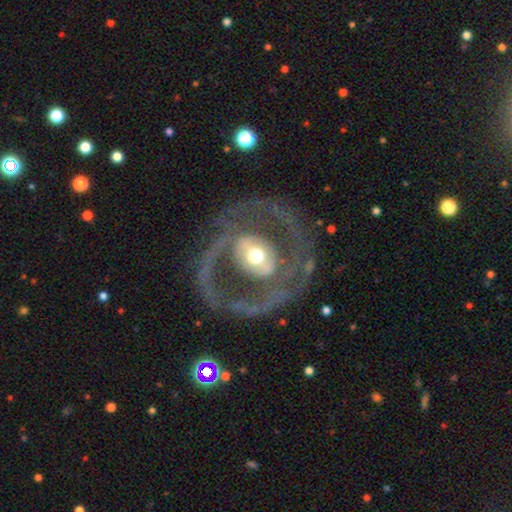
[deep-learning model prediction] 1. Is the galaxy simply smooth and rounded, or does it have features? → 82% featured or disk, 12% smooth, 6% star or artifact.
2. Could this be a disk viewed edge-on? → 95% no, 5% yes.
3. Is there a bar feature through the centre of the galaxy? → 44% no, 28% weak, 28% strong.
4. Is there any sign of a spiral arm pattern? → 76% yes, 24% no.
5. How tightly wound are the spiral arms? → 46% medium, 28% tight, 26% loose.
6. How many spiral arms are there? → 77% 2, 10% can't tell, 4% 1, 4% 3, 3% 4, 3% more than 4.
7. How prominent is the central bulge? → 58% moderate, 26% large, 11% small, 4% dominant, 1% none.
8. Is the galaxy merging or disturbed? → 71% none, 15% major disturbance, 12% minor disturbance, 2% merger.